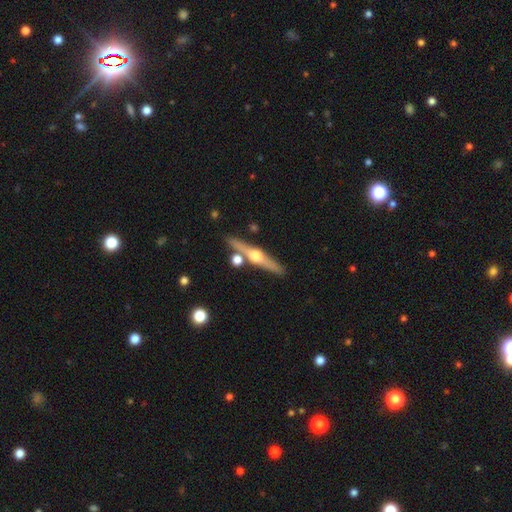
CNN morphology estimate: smooth_or_featured: featured or disk (p=0.75) [alt: smooth p=0.19]
disk_edge_on: yes (p=0.97) [alt: no p=0.03]
edge_on_bulge: rounded (p=0.96) [alt: boxy p=0.02]
merging: none (p=0.83) [alt: minor disturbance p=0.08]